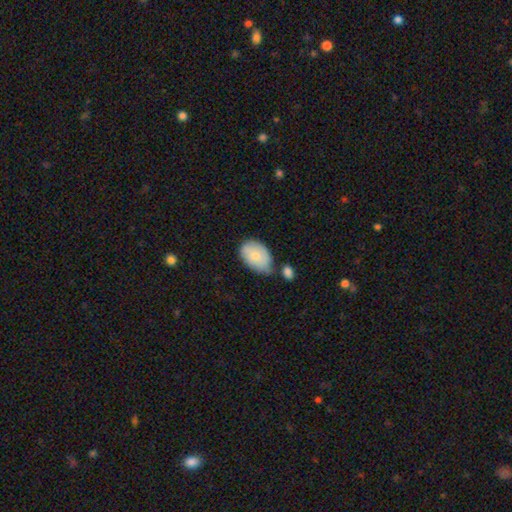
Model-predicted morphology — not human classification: This appears to be a smooth galaxy with no disk features (71%) that is in between round and cigar-shaped (86%). Merging: none (48%).